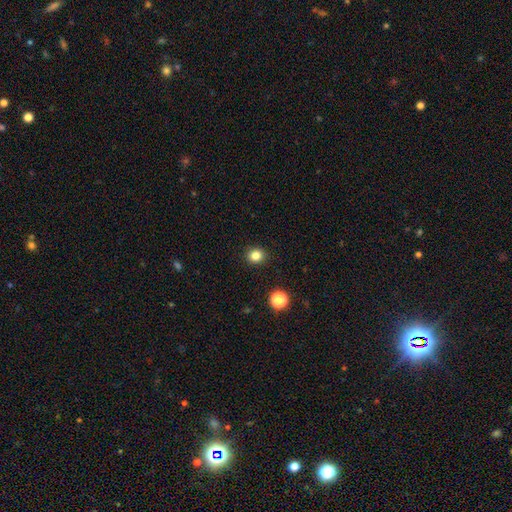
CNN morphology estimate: Smooth or featured? smooth (83%)
How rounded? round (79%)
Merging? none (91%)